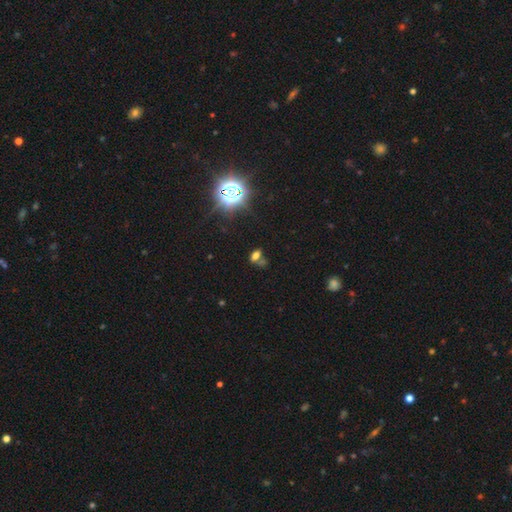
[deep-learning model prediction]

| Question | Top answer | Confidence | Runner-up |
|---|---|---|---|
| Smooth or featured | smooth | 55% | star or artifact (33%) |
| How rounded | in between | 76% | round (19%) |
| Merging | none | 42% | merger (37%) |